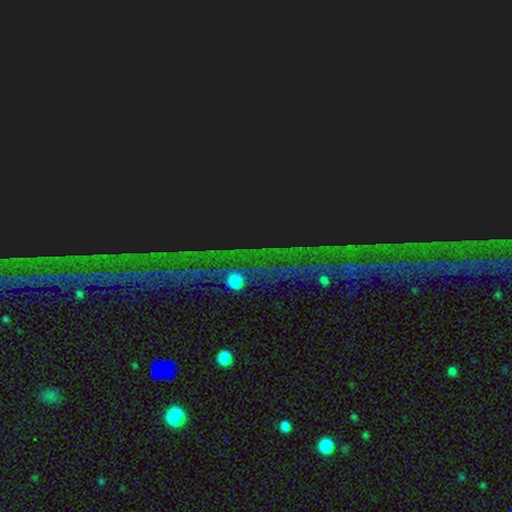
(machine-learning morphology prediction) star or artifact 86%, featured or disk 7%, smooth 6%.